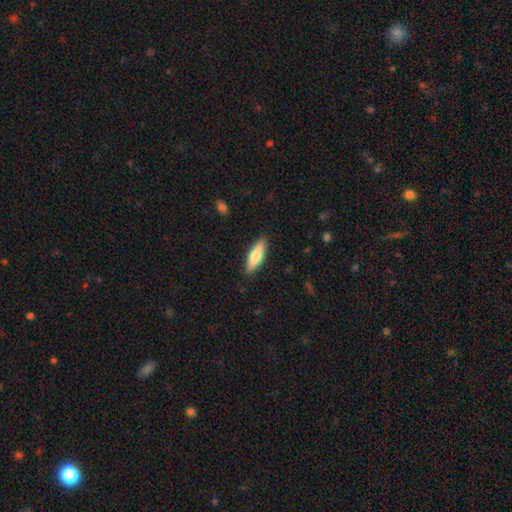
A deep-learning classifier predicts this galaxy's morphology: Q: Smooth or featured?
A: smooth (70%); runner-up: featured or disk (24%)
Q: How rounded?
A: cigar-shaped (49%); tied with: in between (49%)
Q: Merging?
A: none (88%); runner-up: minor disturbance (9%)